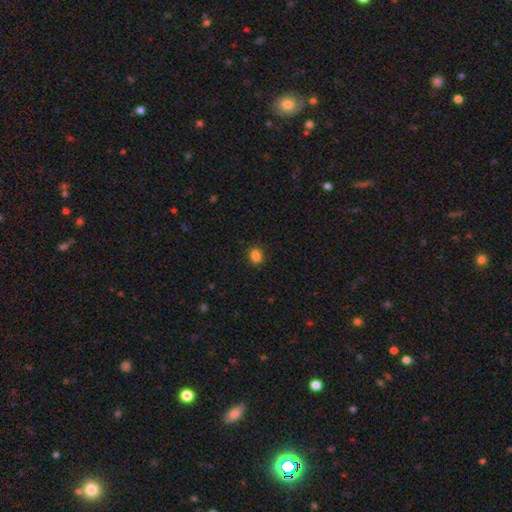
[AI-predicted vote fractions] Morphology: type=smooth (84%); roundness=in between (65%); merging=none (82%).